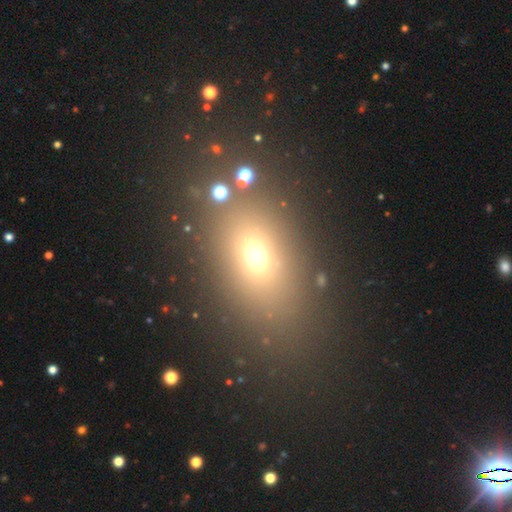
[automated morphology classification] Overall: smooth (63%; star or artifact 25%). How rounded: in between (64%; round 33%). Merging: none (80%).